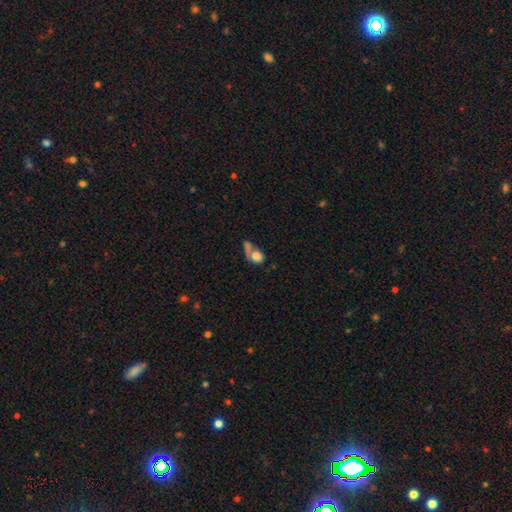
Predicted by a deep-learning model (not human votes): Smooth or featured? smooth (73%)
How rounded? in between (50%)
Merging? merger (46%)